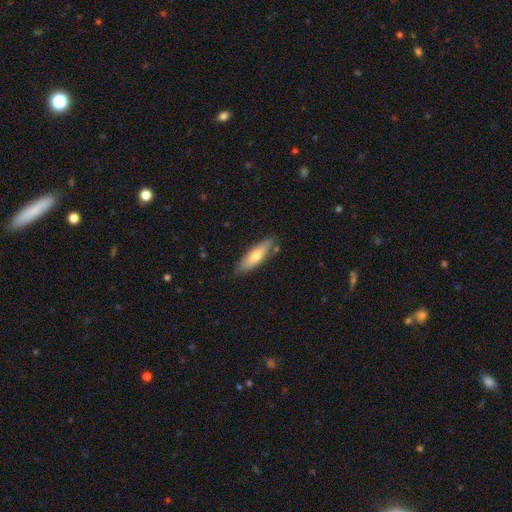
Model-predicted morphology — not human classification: A smooth galaxy with no disk features (66%) that is cigar-shaped (54%).

Vote fractions:
- Smooth or featured? smooth: 66% / featured or disk: 28% / star or artifact: 6%
- How rounded? cigar-shaped: 54% / in between: 45% / round: 2%
- Merging? none: 81% / minor disturbance: 14% / merger: 3% / major disturbance: 2%